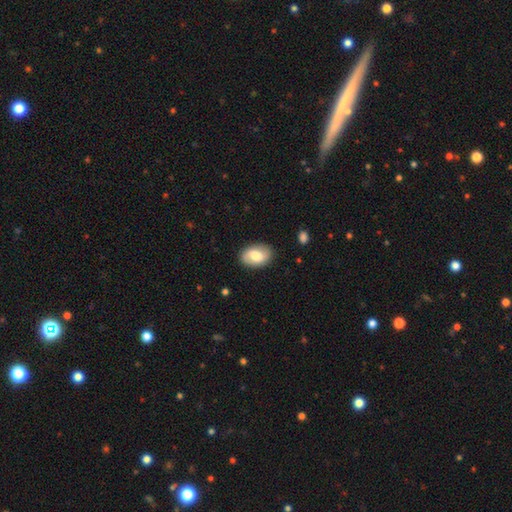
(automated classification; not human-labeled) Q: Smooth or featured?
A: smooth (58%); runner-up: featured or disk (35%)
Q: How rounded?
A: in between (85%); runner-up: round (14%)
Q: Merging?
A: none (84%); runner-up: minor disturbance (12%)